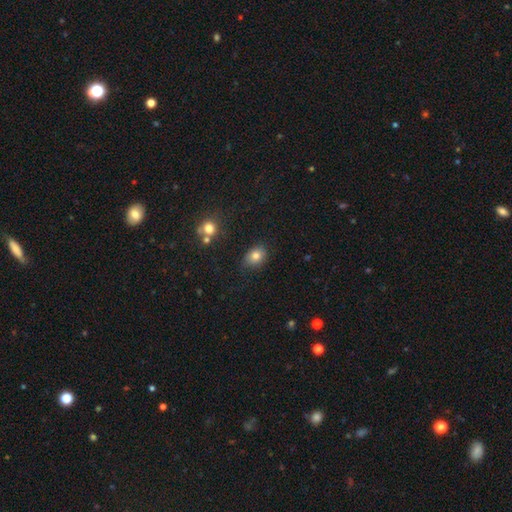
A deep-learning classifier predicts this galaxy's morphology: smooth-or-featured: smooth: 79% | star or artifact: 11% | featured or disk: 9%
  how-rounded: in between: 61% | round: 37% | cigar-shaped: 1%
  merging: none: 77% | minor disturbance: 17% | major disturbance: 4% | merger: 2%